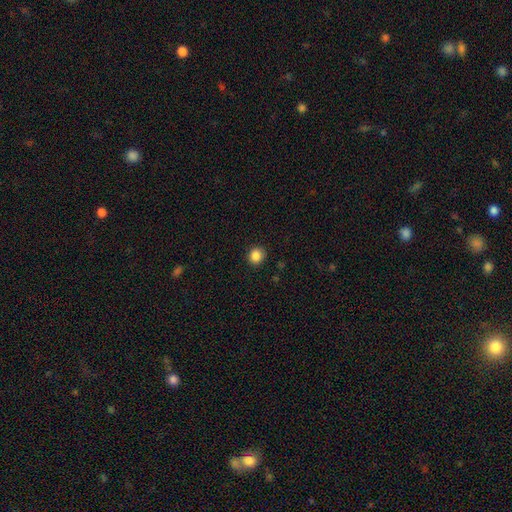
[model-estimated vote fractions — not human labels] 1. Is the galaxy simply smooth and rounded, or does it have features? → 86% smooth, 10% star or artifact, 4% featured or disk.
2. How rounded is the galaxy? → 84% round, 15% in between, 1% cigar-shaped.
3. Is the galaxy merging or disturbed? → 90% none, 7% minor disturbance, 2% major disturbance, 1% merger.